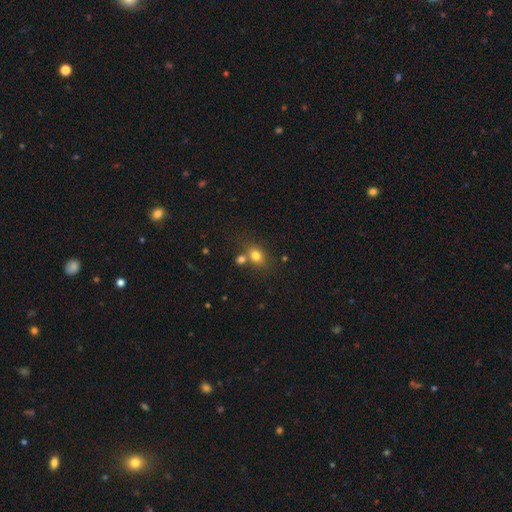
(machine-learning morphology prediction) A smooth galaxy with no disk features (77%) that is in between round and cigar-shaped (54%).

Vote fractions:
- Smooth or featured? smooth: 77% / star or artifact: 13% / featured or disk: 10%
- How rounded? in between: 54% / round: 45% / cigar-shaped: 1%
- Merging? none: 58% / merger: 25% / minor disturbance: 13% / major disturbance: 4%